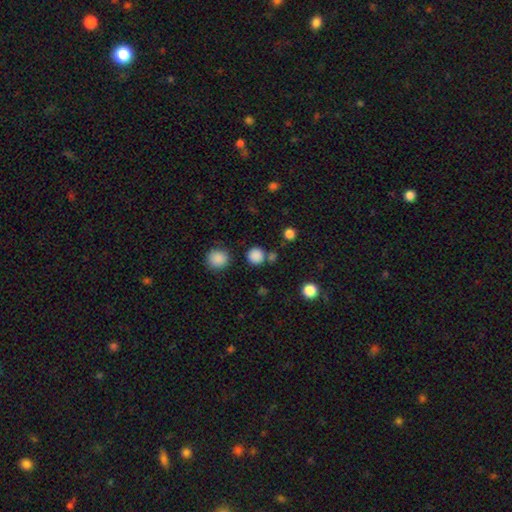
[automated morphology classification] Smooth or featured? smooth (83%)
How rounded? round (92%)
Merging? none (79%)